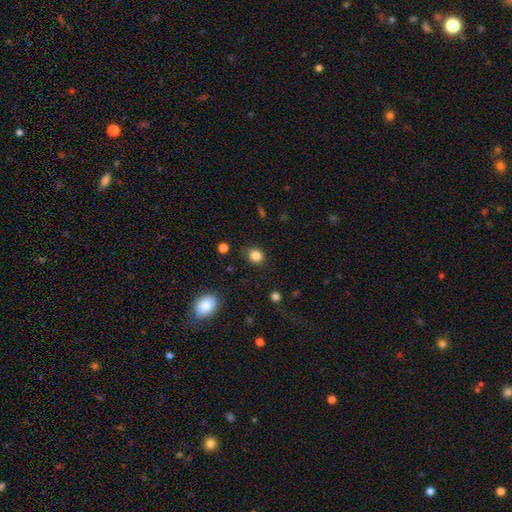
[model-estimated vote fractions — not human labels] Smooth or featured? smooth (84%)
How rounded? round (71%)
Merging? none (83%)